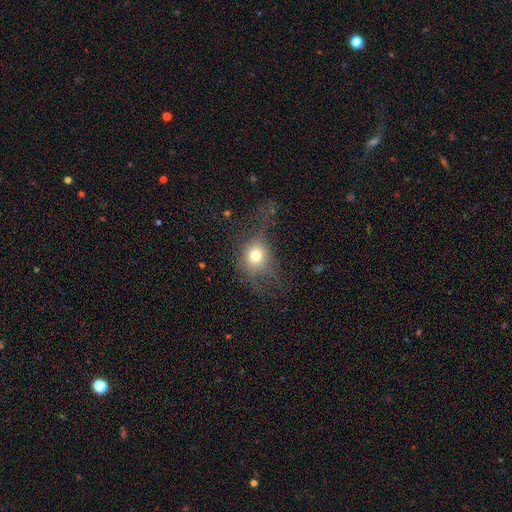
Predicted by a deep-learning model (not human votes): Smooth or featured? smooth (66%)
How rounded? round (66%)
Merging? none (44%)